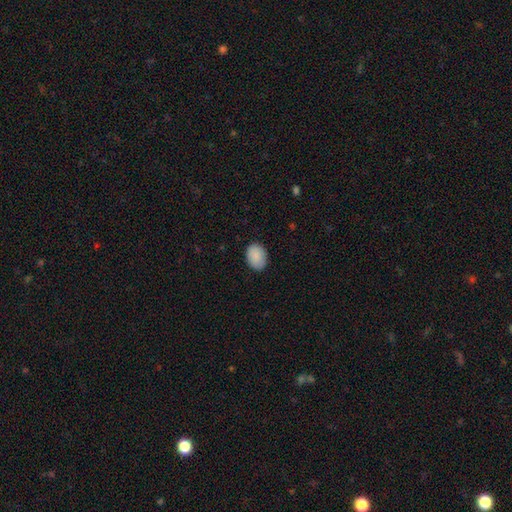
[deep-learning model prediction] Q: Smooth or featured?
A: smooth (90%); runner-up: star or artifact (7%)
Q: How rounded?
A: in between (71%); runner-up: round (29%)
Q: Merging?
A: none (87%); runner-up: minor disturbance (10%)